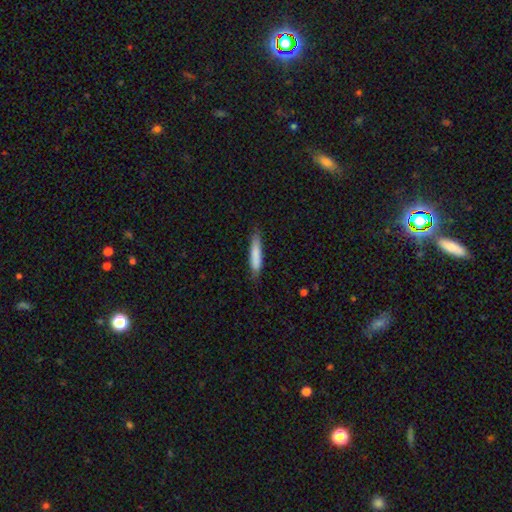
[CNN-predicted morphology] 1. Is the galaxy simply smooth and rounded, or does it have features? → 82% smooth, 13% featured or disk, 5% star or artifact.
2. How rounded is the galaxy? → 88% cigar-shaped, 11% in between, 1% round.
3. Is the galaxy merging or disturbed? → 80% none, 16% minor disturbance, 3% major disturbance, 1% merger.